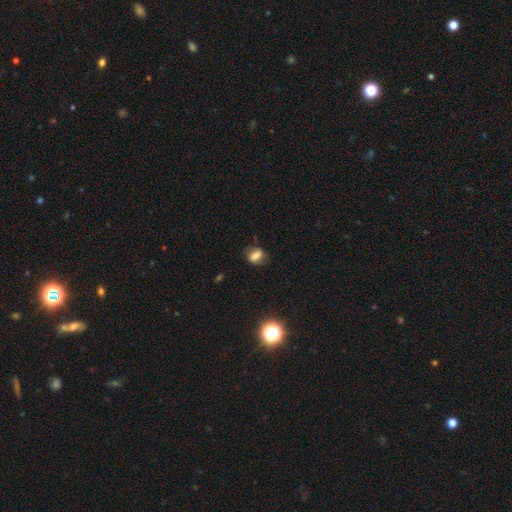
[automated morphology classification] This is likely a smooth galaxy (70%). How rounded: likely in between (68%). Merging: likely none (73%).